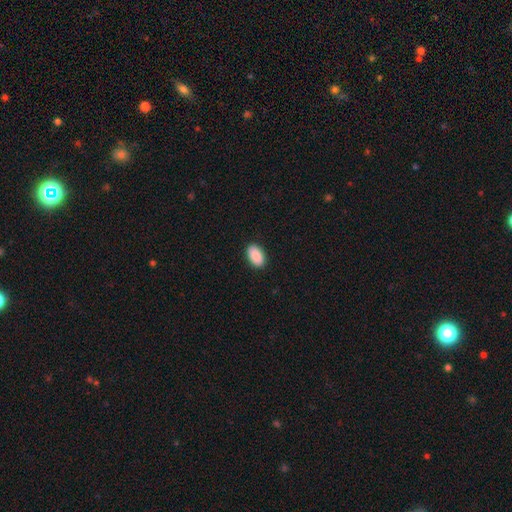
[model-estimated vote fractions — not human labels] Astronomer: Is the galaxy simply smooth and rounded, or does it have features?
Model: smooth — 90%.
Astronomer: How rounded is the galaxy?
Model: in between — 94%.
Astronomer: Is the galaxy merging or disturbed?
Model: none — 90%.